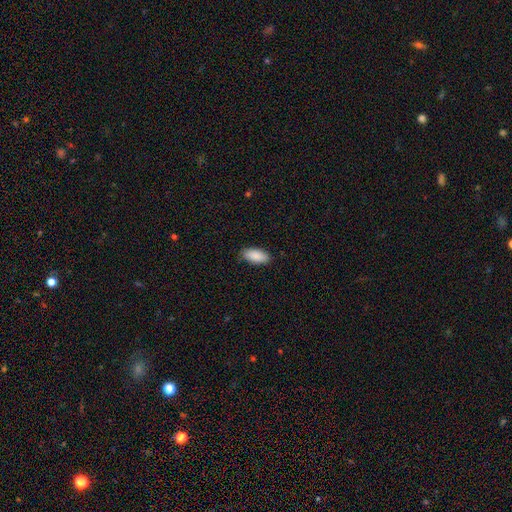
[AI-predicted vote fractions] Morphology: type=smooth (90%); roundness=in between (91%); merging=none (86%).